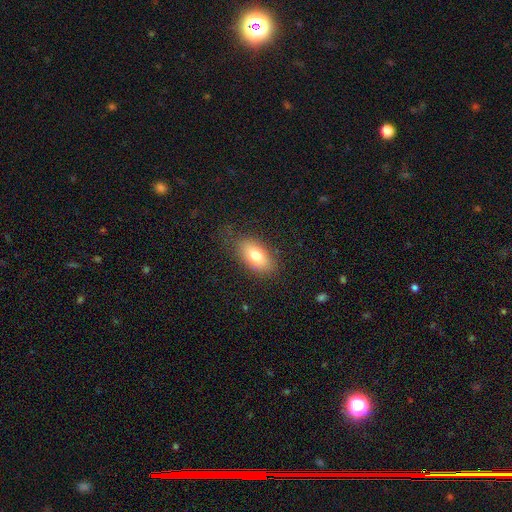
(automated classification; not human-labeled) Overall: smooth (76%). How rounded: in between (89%). Merging: none (77%).